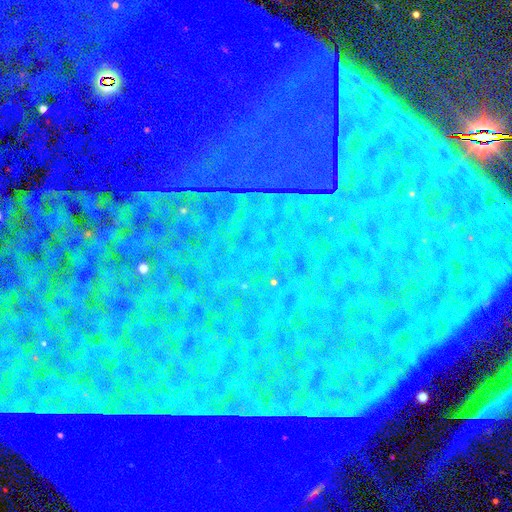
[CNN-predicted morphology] type=star or artifact (87%).